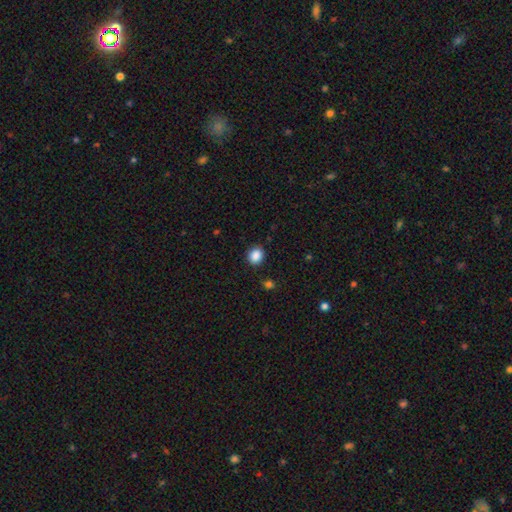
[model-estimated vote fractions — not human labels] Smooth or featured?
  - smooth: 88% *
  - star or artifact: 9%
  - featured or disk: 3%
How rounded?
  - round: 65% *
  - in between: 34%
  - cigar-shaped: 1%
Merging?
  - none: 87% *
  - minor disturbance: 9%
  - major disturbance: 2%
  - merger: 1%